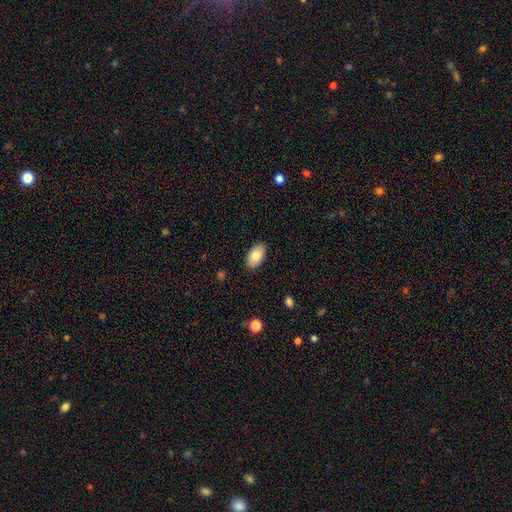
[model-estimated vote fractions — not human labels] Smooth or featured?
  - smooth: 83% *
  - featured or disk: 11%
  - star or artifact: 6%
How rounded?
  - in between: 95% *
  - round: 4%
  - cigar-shaped: 2%
Merging?
  - none: 88% *
  - minor disturbance: 9%
  - major disturbance: 2%
  - merger: 1%